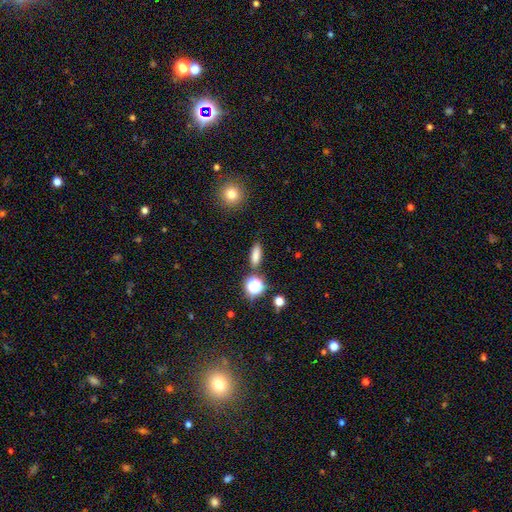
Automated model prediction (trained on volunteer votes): This appears to be a smooth galaxy with no disk features (78%) that is in between round and cigar-shaped (50%). Merging: none (83%).